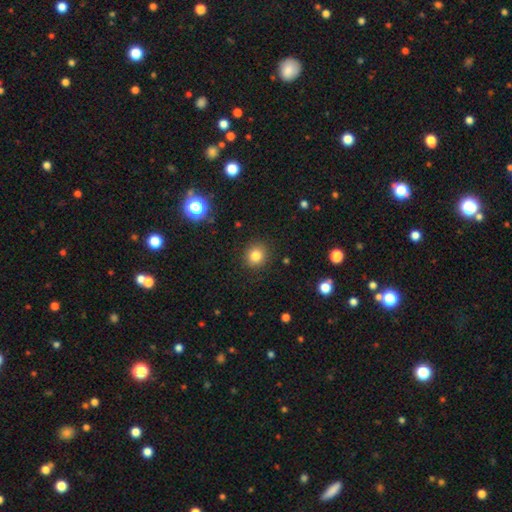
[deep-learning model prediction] Smooth or featured?
  - smooth: 82% *
  - star or artifact: 12%
  - featured or disk: 6%
How rounded?
  - round: 88% *
  - in between: 11%
  - cigar-shaped: 1%
Merging?
  - none: 90% *
  - minor disturbance: 6%
  - major disturbance: 2%
  - merger: 1%